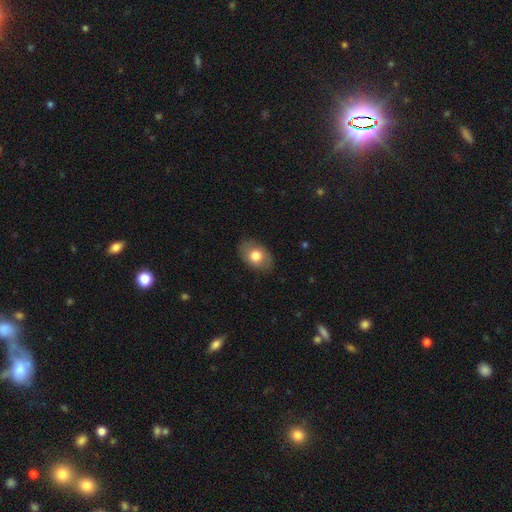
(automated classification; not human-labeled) Smooth or featured? smooth (76%)
How rounded? in between (81%)
Merging? none (84%)